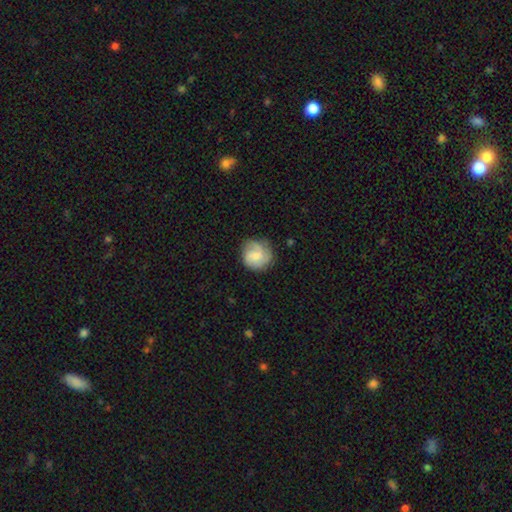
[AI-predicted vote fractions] Smooth or featured: featured or disk — 51% (smooth — 42%)
Edge-on disk: no — 98% (yes — 2%)
Merging: none — 71% (minor disturbance — 20%)